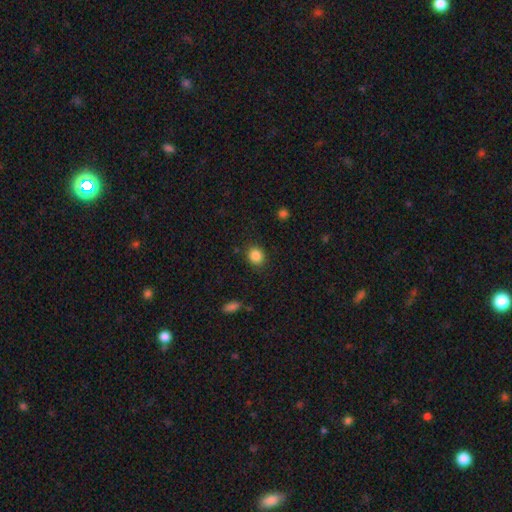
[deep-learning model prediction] Smooth or featured? Predicted: smooth (p=0.86). How rounded? Predicted: round (p=0.66). Merging? Predicted: none (p=0.87).